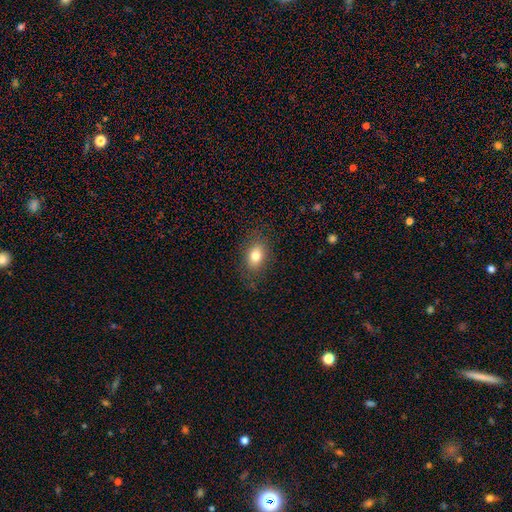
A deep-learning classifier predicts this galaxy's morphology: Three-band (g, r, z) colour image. It shows a smooth galaxy with no disk features (79%) that is in between round and cigar-shaped (78%). Merging: none (82%).